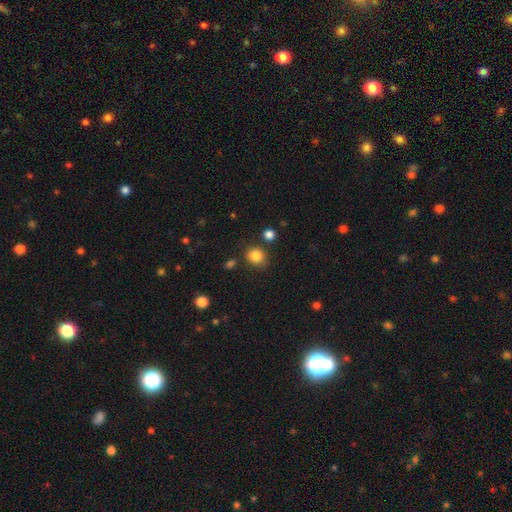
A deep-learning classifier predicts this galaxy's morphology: Smooth or featured? smooth (84%)
How rounded? round (76%)
Merging? none (80%)